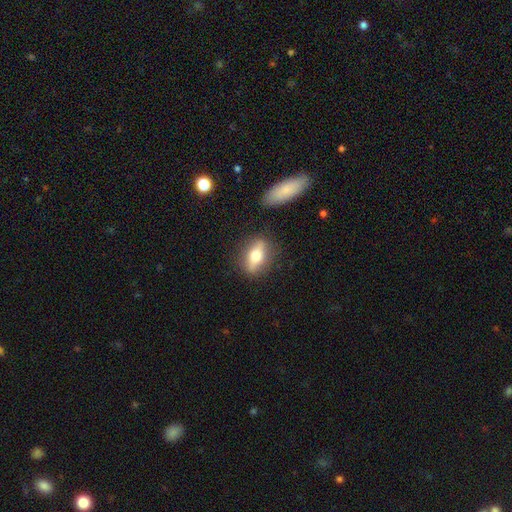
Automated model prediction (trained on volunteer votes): A smooth galaxy with no disk features (48%).

Vote fractions:
- Smooth or featured? smooth: 48% / featured or disk: 45% / star or artifact: 7%
- Merging? none: 83% / minor disturbance: 11% / major disturbance: 3% / merger: 3%